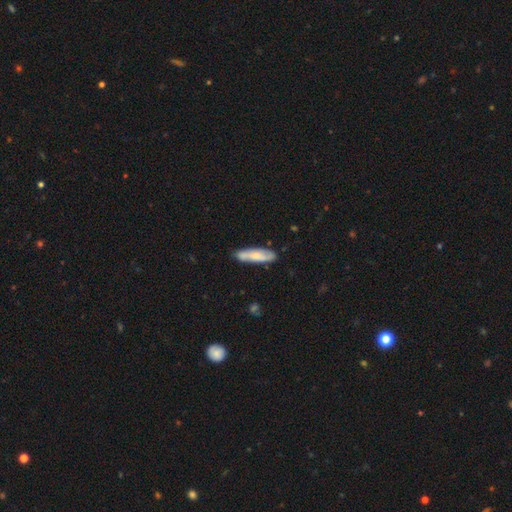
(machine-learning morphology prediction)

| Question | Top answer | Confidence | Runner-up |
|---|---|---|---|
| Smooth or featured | smooth | 62% | featured or disk (32%) |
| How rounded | cigar-shaped | 69% | in between (30%) |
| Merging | none | 80% | minor disturbance (15%) |